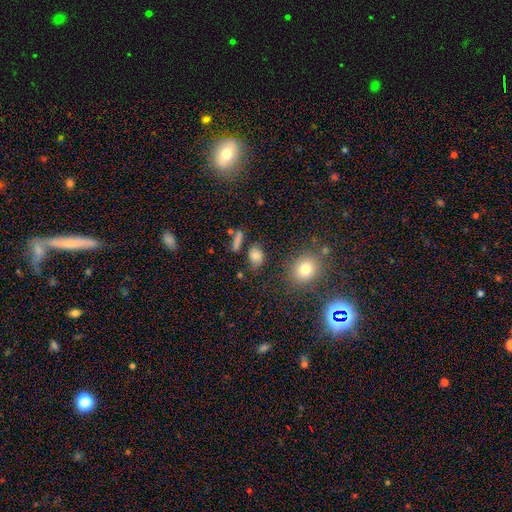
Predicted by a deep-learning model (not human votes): smooth_or_featured: smooth (p=0.75) [alt: star or artifact p=0.14]
how_rounded: in between (p=0.68) [alt: round p=0.28]
merging: none (p=0.66) [alt: minor disturbance p=0.18]